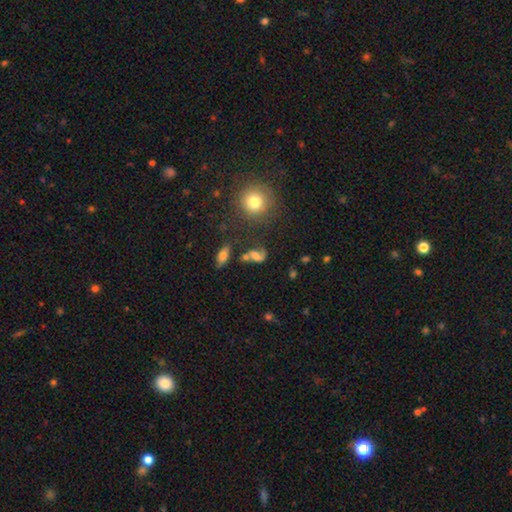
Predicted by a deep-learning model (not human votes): Overall: featured or disk (47%; smooth 39%). Merging: none (49%; minor disturbance 18%).